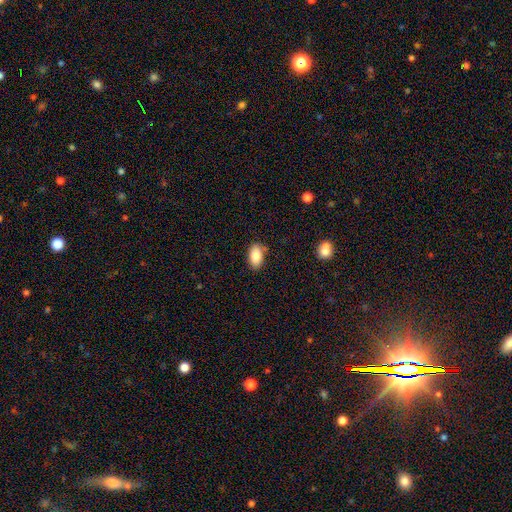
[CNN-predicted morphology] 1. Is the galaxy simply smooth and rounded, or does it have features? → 85% smooth, 8% featured or disk, 7% star or artifact.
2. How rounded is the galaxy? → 92% in between, 5% round, 2% cigar-shaped.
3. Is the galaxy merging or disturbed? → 82% none, 13% minor disturbance, 3% major disturbance, 2% merger.